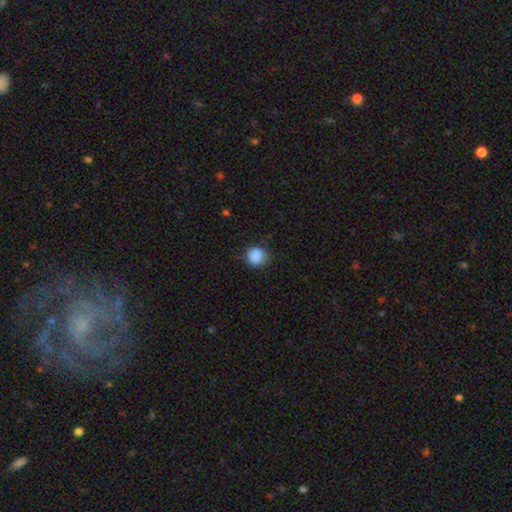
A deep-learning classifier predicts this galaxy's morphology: smooth-or-featured: smooth: 88% | star or artifact: 9% | featured or disk: 3%
  how-rounded: round: 88% | in between: 11% | cigar-shaped: 1%
  merging: none: 82% | minor disturbance: 14% | major disturbance: 4% | merger: 1%